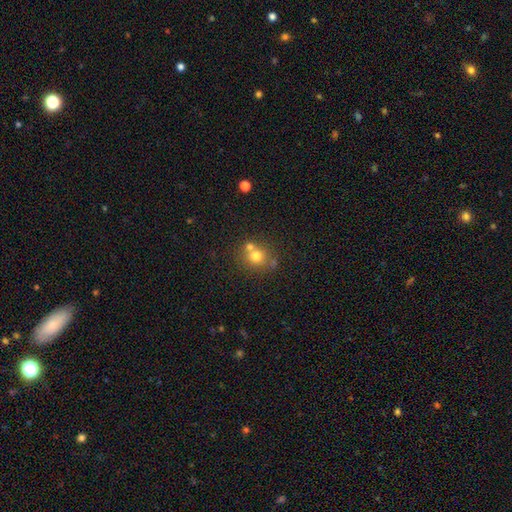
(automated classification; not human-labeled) smooth-or-featured: smooth: 72% | star or artifact: 14% | featured or disk: 14%
  how-rounded: round: 84% | in between: 15% | cigar-shaped: 1%
  merging: none: 53% | merger: 35% | minor disturbance: 8% | major disturbance: 3%